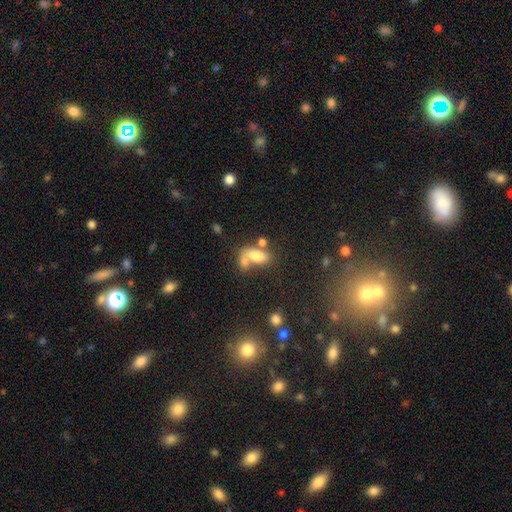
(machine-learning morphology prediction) This appears to be a smooth galaxy with no disk features (71%) that is in between round and cigar-shaped (84%). Merging: merger (48%).